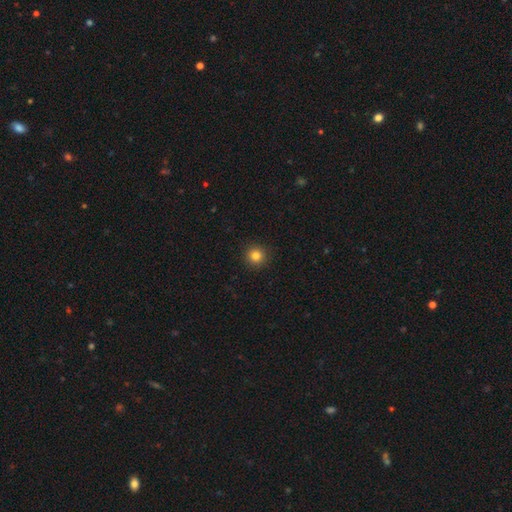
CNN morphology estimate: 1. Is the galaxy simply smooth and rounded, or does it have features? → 83% smooth, 12% star or artifact, 5% featured or disk.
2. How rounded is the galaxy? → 95% round, 4% in between, 1% cigar-shaped.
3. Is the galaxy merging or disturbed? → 92% none, 5% minor disturbance, 2% major disturbance, 1% merger.